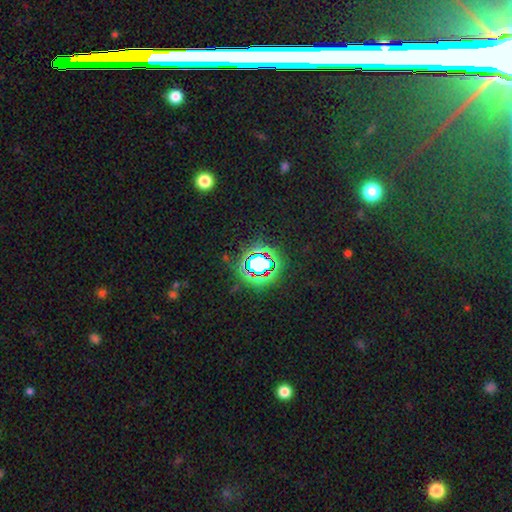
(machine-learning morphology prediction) A star or artifact, not a galaxy (79%).

Vote fractions:
- Smooth or featured? star or artifact: 79% / smooth: 12% / featured or disk: 9%